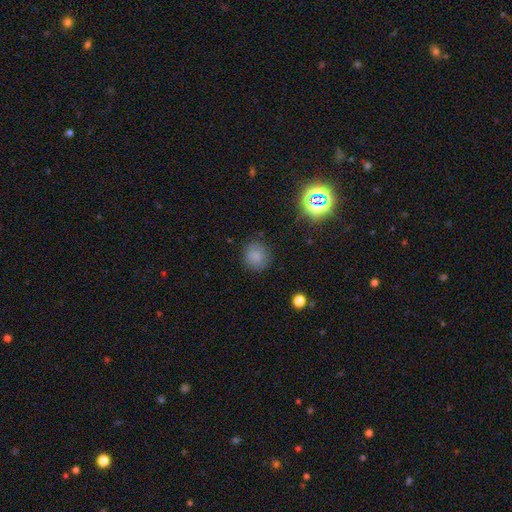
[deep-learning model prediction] This appears to be a smooth galaxy with no disk features (81%) that is round (86%). Merging: none (85%).